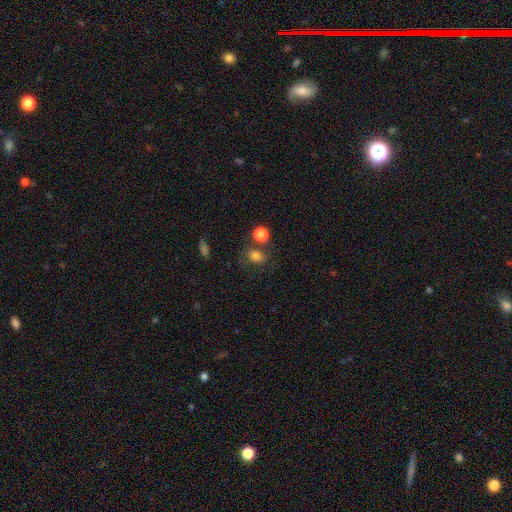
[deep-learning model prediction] Morphology: type=smooth (76%); roundness=round (51%); merging=none (63%).